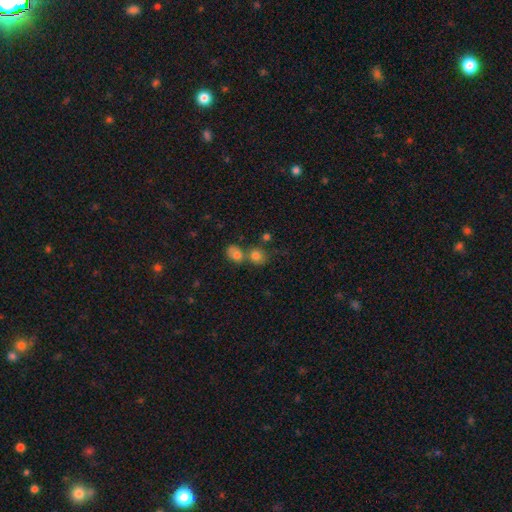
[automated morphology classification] A smooth galaxy with no disk features (77%) that is round (75%). Merging: merger (46%).